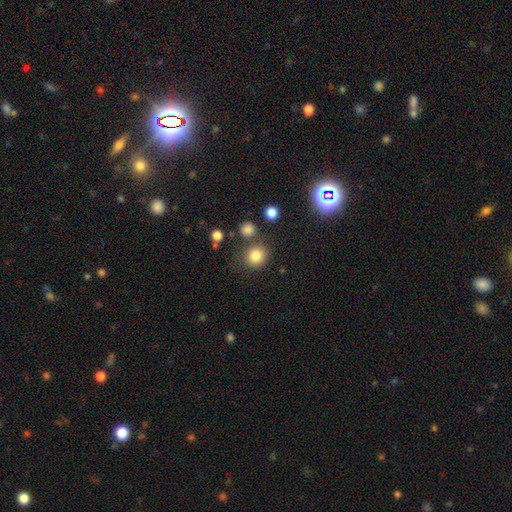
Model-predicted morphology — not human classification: smooth_or_featured: smooth (p=0.81) [alt: star or artifact p=0.12]
how_rounded: round (p=0.79) [alt: in between p=0.20]
merging: none (p=0.74) [alt: minor disturbance p=0.12]